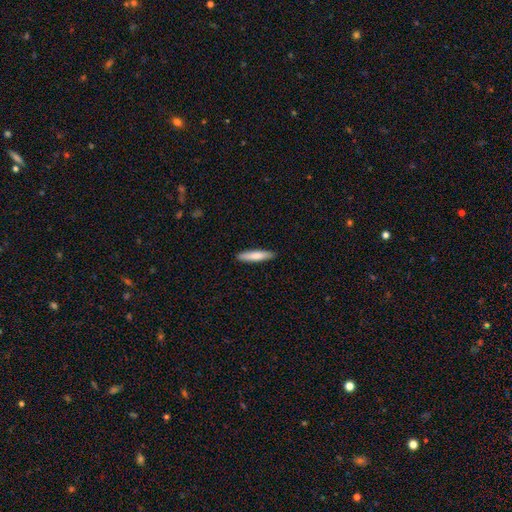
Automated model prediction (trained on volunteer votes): Q: Smooth or featured?
A: smooth (78%); runner-up: featured or disk (17%)
Q: How rounded?
A: cigar-shaped (87%); runner-up: in between (11%)
Q: Merging?
A: none (91%); runner-up: minor disturbance (7%)